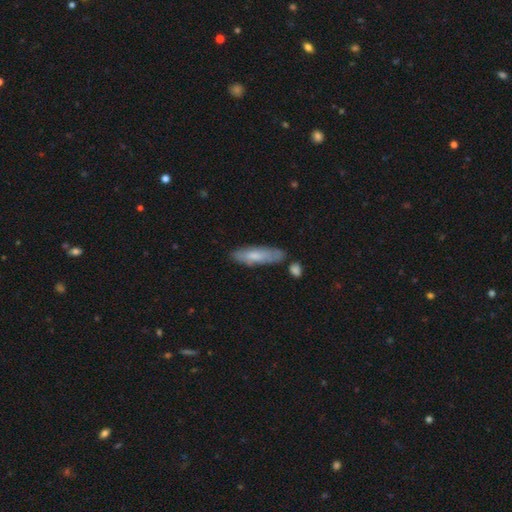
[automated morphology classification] smooth_or_featured: smooth (p=0.68) [alt: featured or disk p=0.26]
how_rounded: cigar-shaped (p=0.63) [alt: in between p=0.35]
merging: none (p=0.72) [alt: minor disturbance p=0.18]